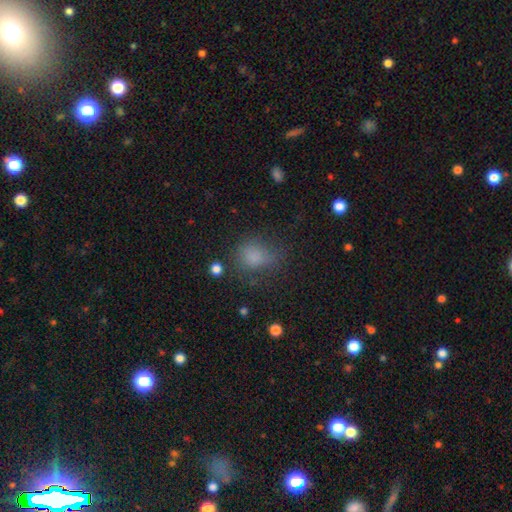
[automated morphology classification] A smooth galaxy with no disk features (77%) that is in between round and cigar-shaped (49%, tied with round). Merging: none (55%).